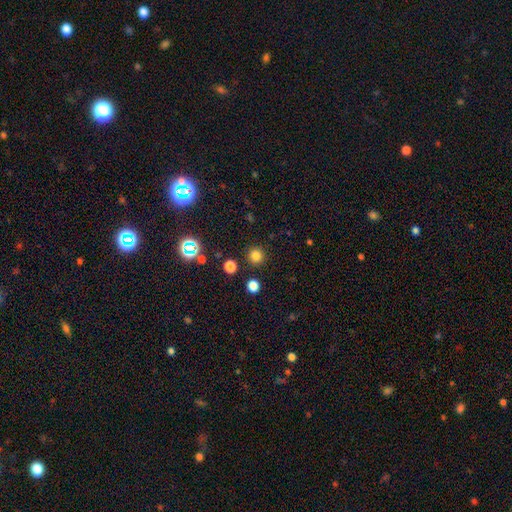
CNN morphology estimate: Smooth or featured? smooth (79%)
How rounded? round (94%)
Merging? none (90%)